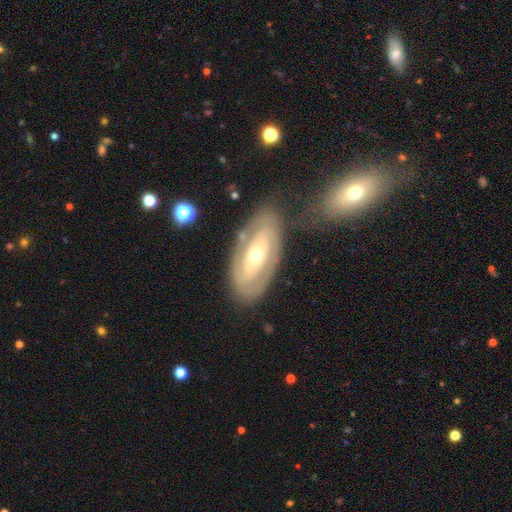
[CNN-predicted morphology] featured or disk 74%, smooth 19%, star or artifact 6%. Down the decision tree: edge-on disk — no (91%); bar — no (55%); spiral arms — yes (66%); bulge size — moderate (60%); merging — none (73%).